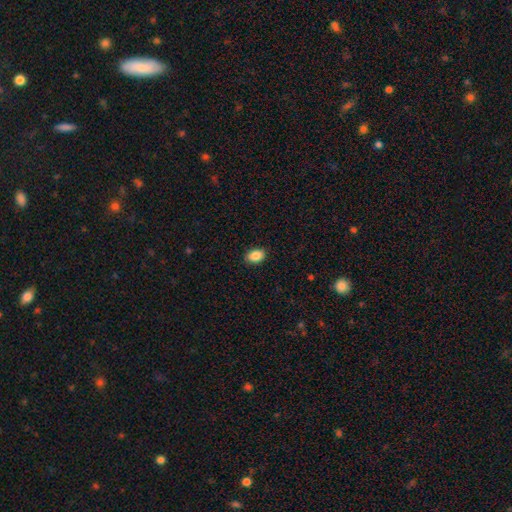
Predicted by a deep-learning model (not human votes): Smooth or featured?
  - smooth: 88% *
  - star or artifact: 8%
  - featured or disk: 4%
How rounded?
  - in between: 80% *
  - round: 19%
  - cigar-shaped: 1%
Merging?
  - none: 88% *
  - minor disturbance: 9%
  - major disturbance: 2%
  - merger: 1%